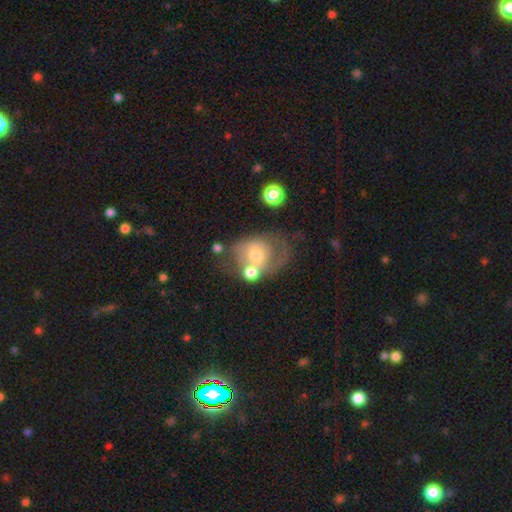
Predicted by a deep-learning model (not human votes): Overall: featured or disk (48%; smooth 41%). Merging: none (33%; merger 24%).